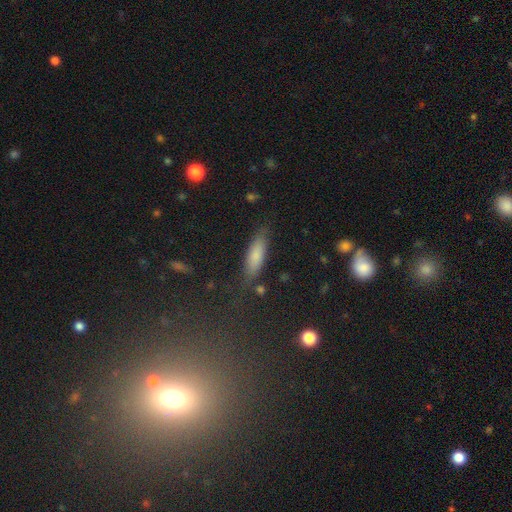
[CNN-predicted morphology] smooth_or_featured: smooth (p=0.79) [alt: featured or disk p=0.13]
how_rounded: cigar-shaped (p=0.50) [alt: in between p=0.48]
merging: none (p=0.77) [alt: minor disturbance p=0.16]